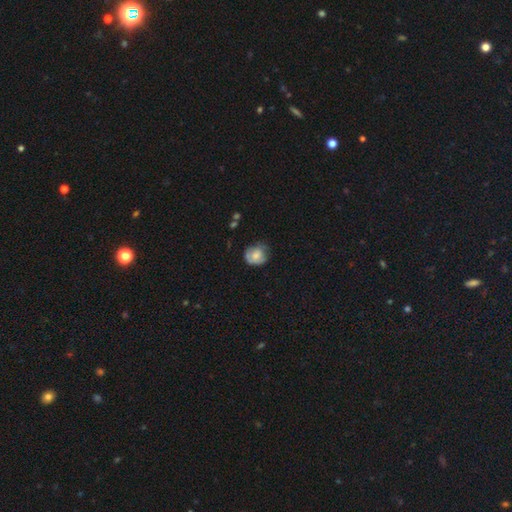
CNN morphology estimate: smooth_or_featured: smooth (p=0.62) [alt: featured or disk p=0.30]
how_rounded: round (p=0.70) [alt: in between p=0.29]
merging: none (p=0.50) [alt: minor disturbance p=0.33]